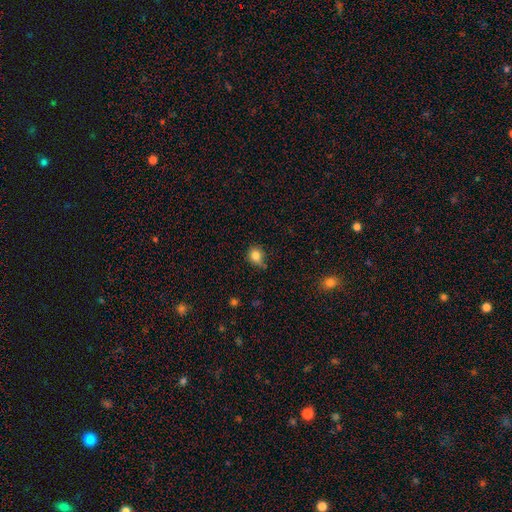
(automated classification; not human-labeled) smooth-or-featured: smooth: 83% | star or artifact: 11% | featured or disk: 6%
  how-rounded: round: 69% | in between: 30% | cigar-shaped: 1%
  merging: none: 60% | minor disturbance: 31% | major disturbance: 6% | merger: 3%